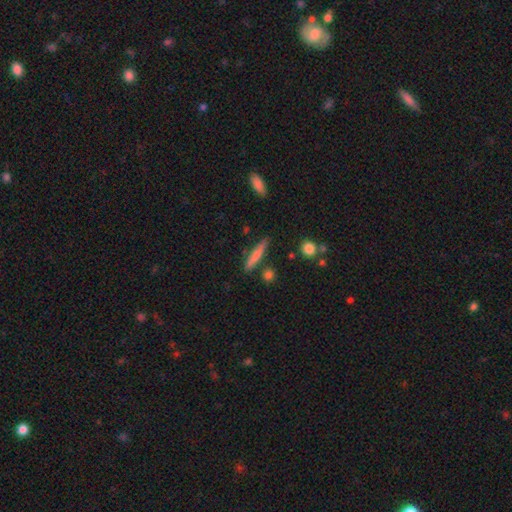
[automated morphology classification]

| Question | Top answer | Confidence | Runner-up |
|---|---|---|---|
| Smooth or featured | smooth | 69% | featured or disk (25%) |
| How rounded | cigar-shaped | 90% | in between (8%) |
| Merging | none | 82% | minor disturbance (11%) |